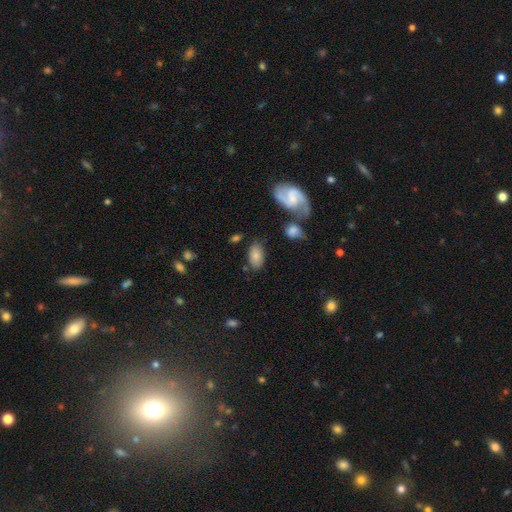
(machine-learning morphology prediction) smooth_or_featured: smooth (p=0.77) [alt: featured or disk p=0.15]
how_rounded: in between (p=0.93) [alt: round p=0.05]
merging: none (p=0.74) [alt: minor disturbance p=0.15]